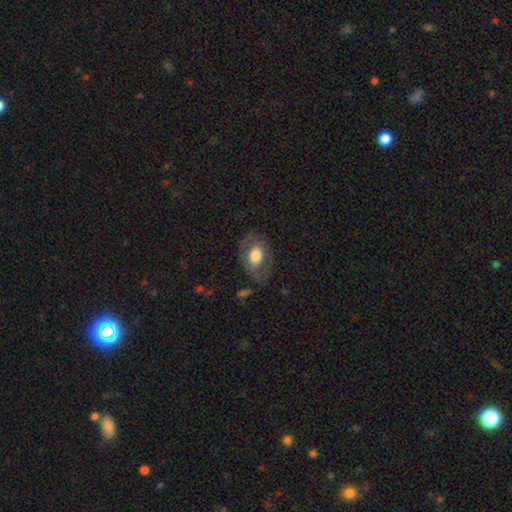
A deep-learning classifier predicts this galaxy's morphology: Smooth or featured? smooth (61%)
How rounded? in between (80%)
Merging? none (69%)